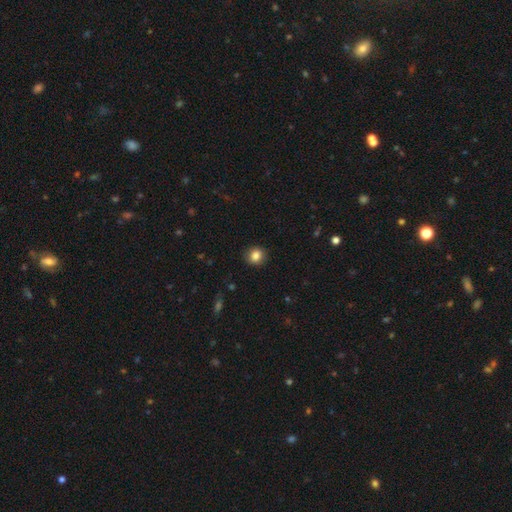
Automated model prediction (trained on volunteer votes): Overall: smooth (85%). How rounded: round (85%). Merging: none (89%).